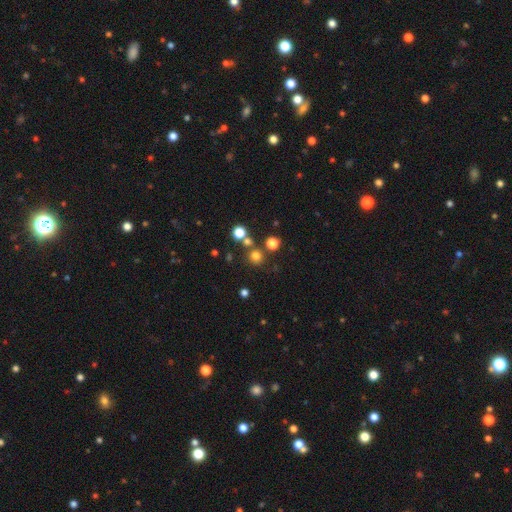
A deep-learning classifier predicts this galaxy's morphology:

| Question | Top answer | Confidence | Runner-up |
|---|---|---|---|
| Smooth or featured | smooth | 72% | star or artifact (21%) |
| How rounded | round | 91% | in between (8%) |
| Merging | none | 75% | merger (14%) |